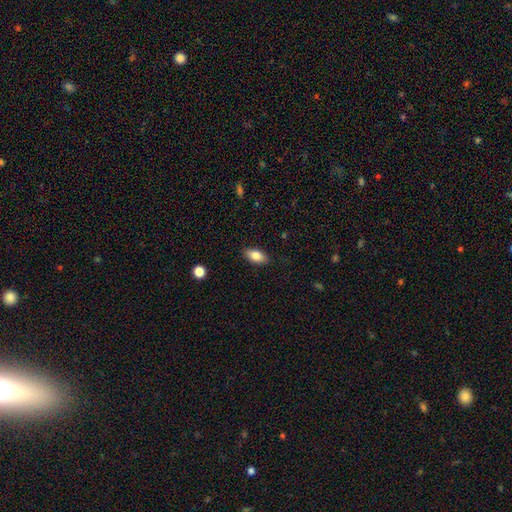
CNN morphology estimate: The model was most divided on "smooth or featured": smooth: 80%, featured or disk: 12%, star or artifact: 7%. More confident: how rounded — in between (89%); merging — none (87%).